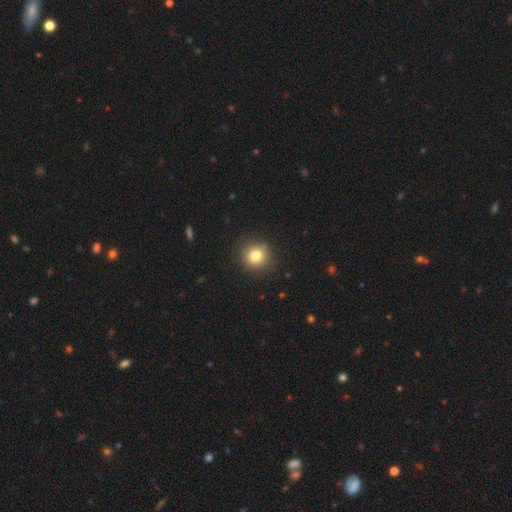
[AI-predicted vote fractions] This is clearly a smooth galaxy (81%). How rounded: clearly round (92%). Merging: clearly none (89%).